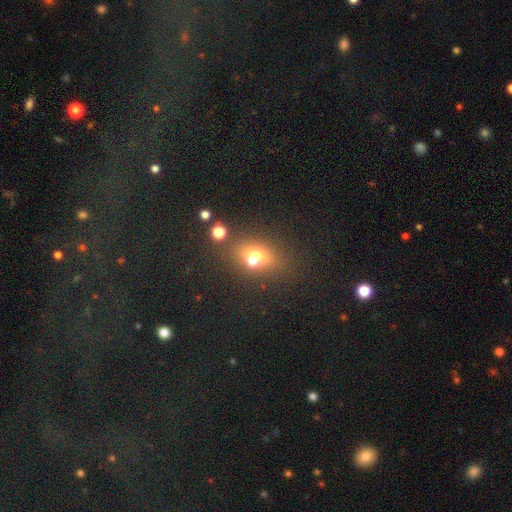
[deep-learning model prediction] smooth 60%, featured or disk 23%, star or artifact 17%. Down the decision tree: how rounded — in between (53%); merging — none (42%, tied with merger).